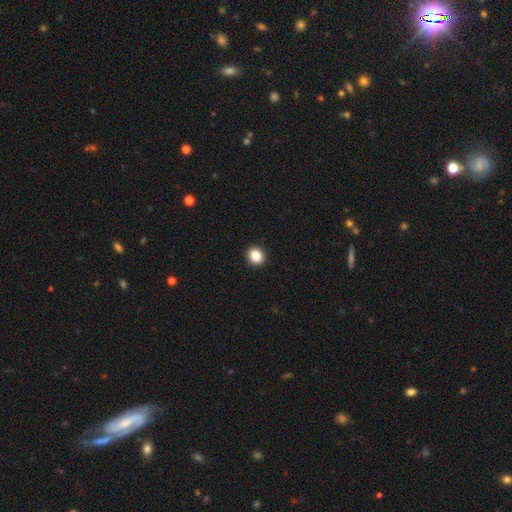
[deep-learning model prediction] smooth 86%, star or artifact 10%, featured or disk 4%. Down the decision tree: how rounded — round (79%); merging — none (93%).